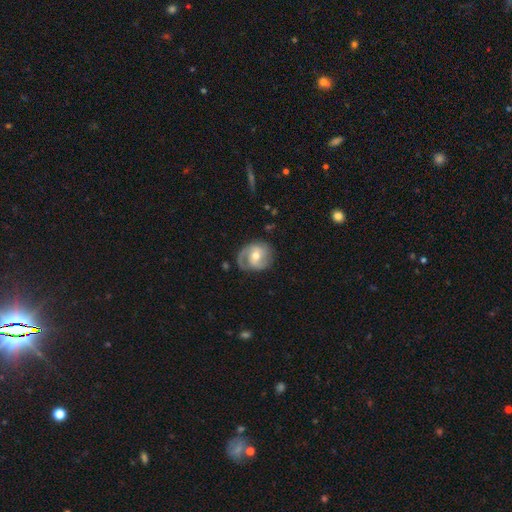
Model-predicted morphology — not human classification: This appears to be a featured or disk galaxy (71%) with no bar (50%), 2 (56%) medium (42%) spiral arms (89%) and a moderate central bulge (68%). Merging: none (63%).